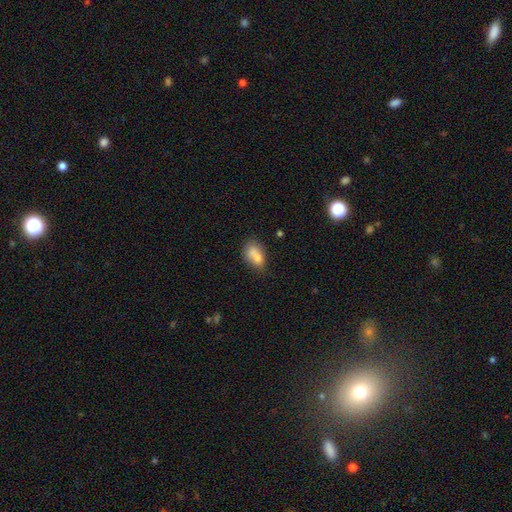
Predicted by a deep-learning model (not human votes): A smooth galaxy with no disk features (71%) that is in between round and cigar-shaped (73%). Merging: merger (44%).